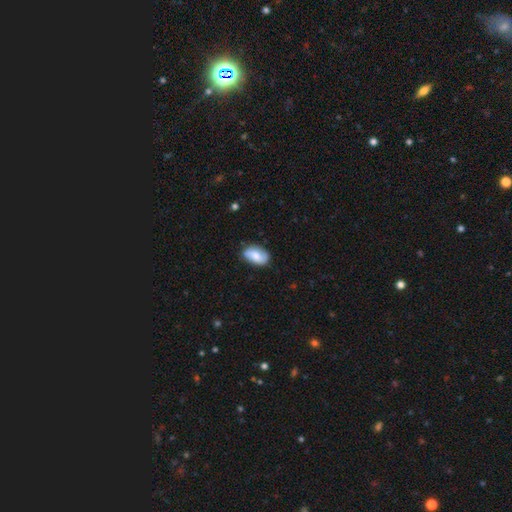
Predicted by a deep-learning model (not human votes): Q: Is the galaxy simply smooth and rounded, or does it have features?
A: smooth — 62%.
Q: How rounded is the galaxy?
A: in between — 91%.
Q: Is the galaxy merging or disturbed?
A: none — 76%.